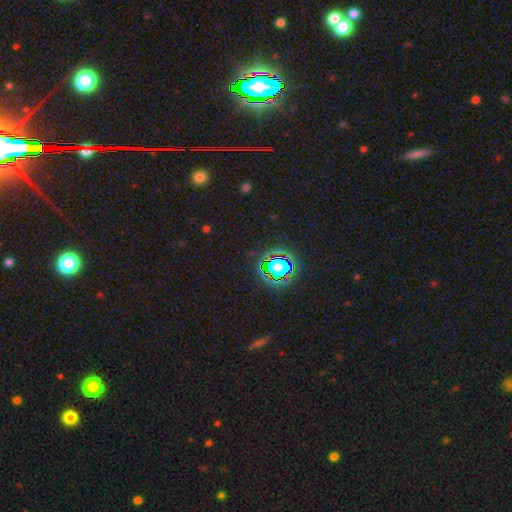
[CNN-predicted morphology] Smooth or featured? star or artifact (82%)